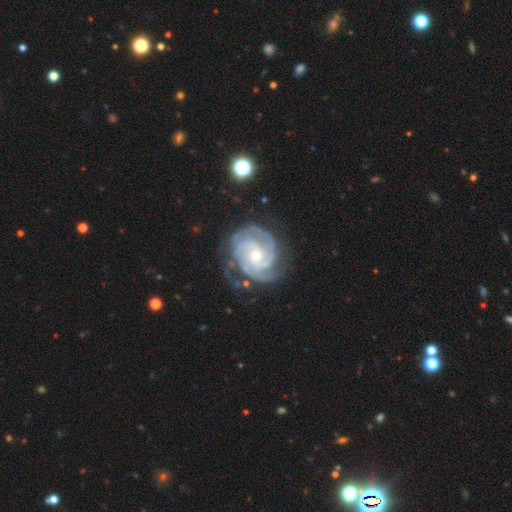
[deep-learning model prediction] A featured or disk galaxy (92%) with no bar (68%), 3 (48%) tight (70%) spiral arms (98%) and a small central bulge (58%). Merging: none (72%).